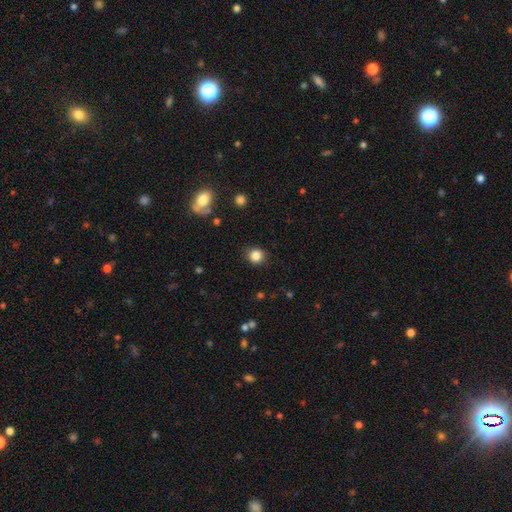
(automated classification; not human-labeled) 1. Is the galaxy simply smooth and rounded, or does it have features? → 84% smooth, 11% star or artifact, 5% featured or disk.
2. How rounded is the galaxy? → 86% round, 13% in between, 1% cigar-shaped.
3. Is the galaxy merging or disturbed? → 88% none, 8% minor disturbance, 2% major disturbance, 1% merger.